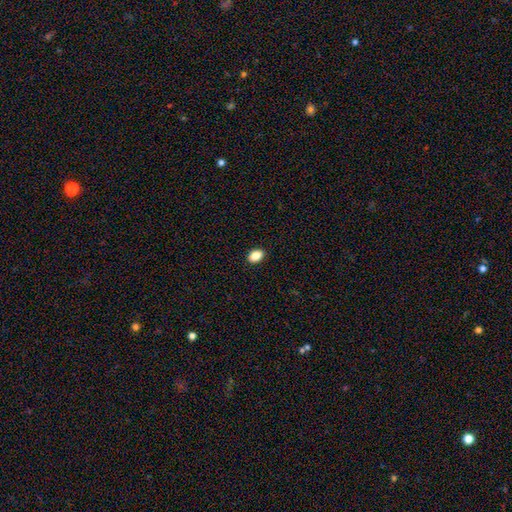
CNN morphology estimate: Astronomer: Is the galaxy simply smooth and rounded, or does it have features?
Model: smooth — 86%.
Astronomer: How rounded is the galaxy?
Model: in between — 81%.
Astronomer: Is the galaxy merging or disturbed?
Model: none — 90%.